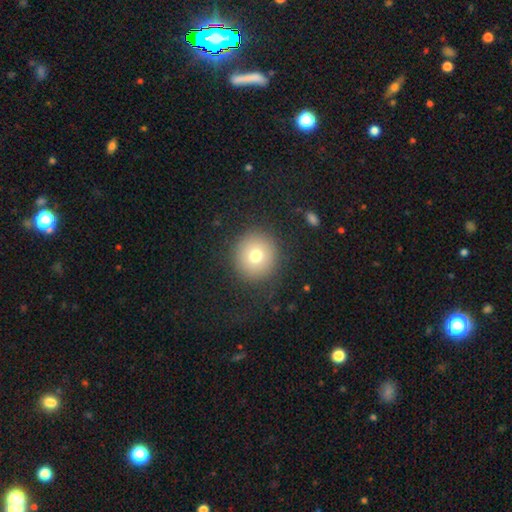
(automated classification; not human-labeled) A smooth galaxy with no disk features (72%) that is round (94%).

Vote fractions:
- Smooth or featured? smooth: 72% / star or artifact: 14% / featured or disk: 14%
- How rounded? round: 94% / in between: 5% / cigar-shaped: 1%
- Merging? none: 88% / minor disturbance: 7% / major disturbance: 4% / merger: 1%